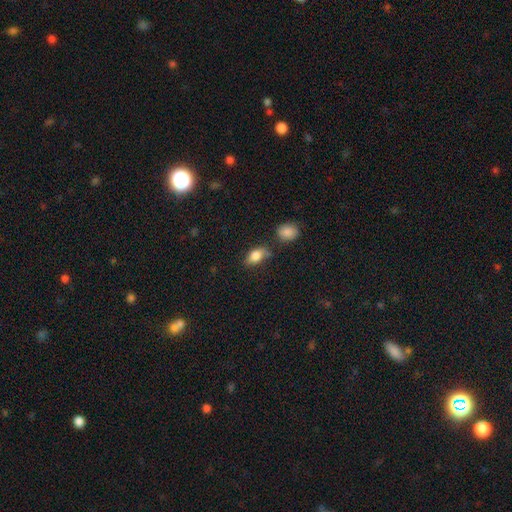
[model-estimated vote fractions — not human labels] Smooth or featured?
  - smooth: 81% *
  - featured or disk: 11%
  - star or artifact: 8%
How rounded?
  - in between: 86% *
  - round: 9%
  - cigar-shaped: 4%
Merging?
  - none: 60% *
  - minor disturbance: 25%
  - merger: 8%
  - major disturbance: 7%